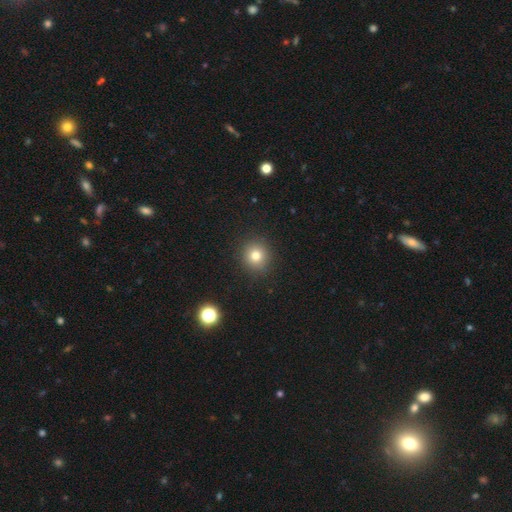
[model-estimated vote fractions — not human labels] A smooth galaxy with no disk features (78%) that is round (90%). Merging: none (90%).